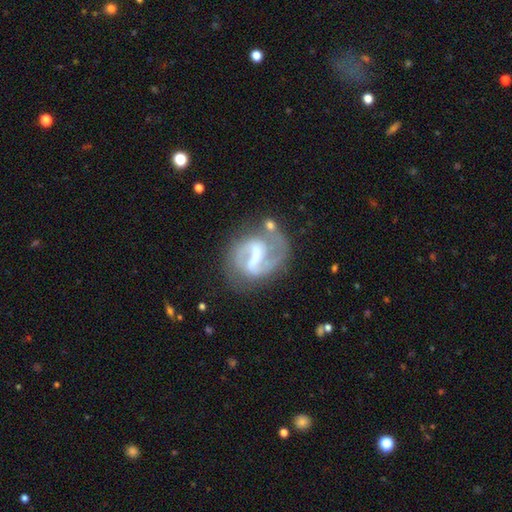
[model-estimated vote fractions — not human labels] Smooth or featured? featured or disk (82%)
Edge-on disk? no (97%)
Bar? strong (52%)
Spiral arms? yes (90%)
Spiral winding? medium (49%)
Spiral arm count? 2 (79%)
Bulge size? none (32%)
Merging? none (58%)